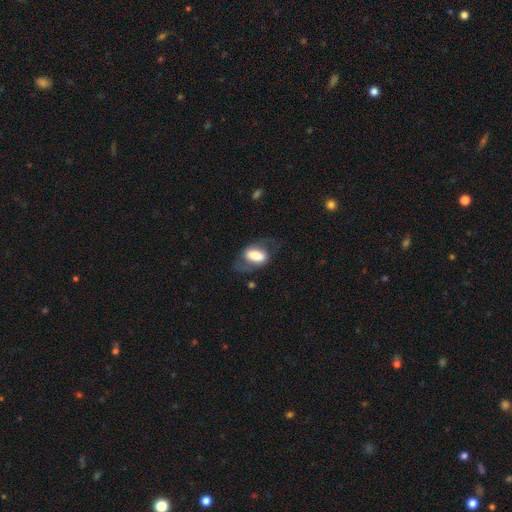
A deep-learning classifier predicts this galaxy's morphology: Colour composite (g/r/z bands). It shows a smooth galaxy with no disk features (61%) that is in between round and cigar-shaped (88%). Merging: none (53%).